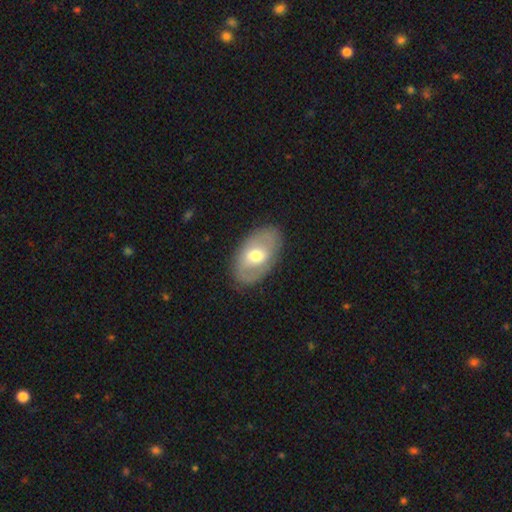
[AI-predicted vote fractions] The model was most divided on "smooth or featured": featured or disk: 48%, smooth: 46%, star or artifact: 6%. More confident: merging — none (82%).